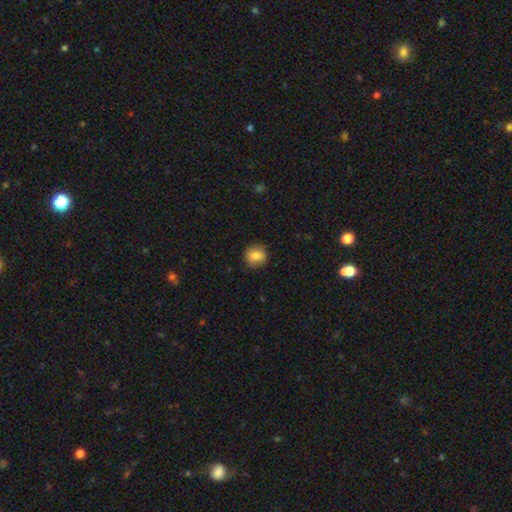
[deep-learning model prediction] A smooth galaxy with no disk features (83%) that is round (83%). Merging: none (83%).